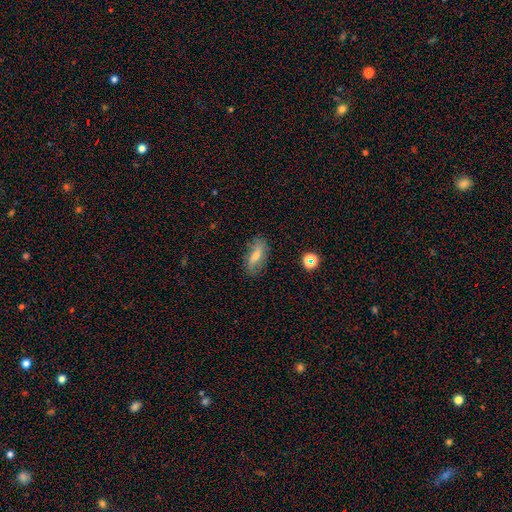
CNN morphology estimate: A smooth galaxy with no disk features (51%) that is in between round and cigar-shaped (73%). Merging: none (80%).